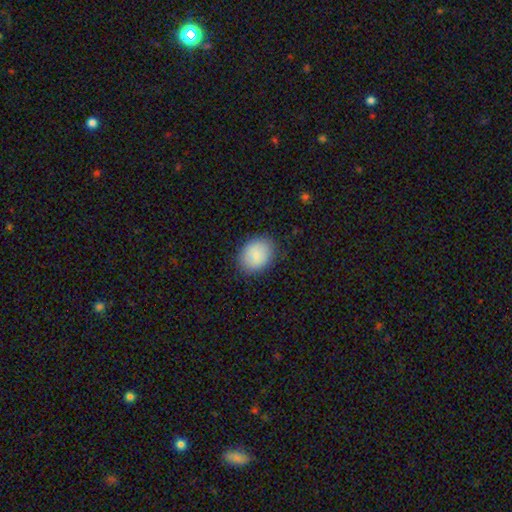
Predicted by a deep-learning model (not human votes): This appears to be a smooth galaxy with no disk features (86%) that is in between round and cigar-shaped (52%). Merging: none (84%).